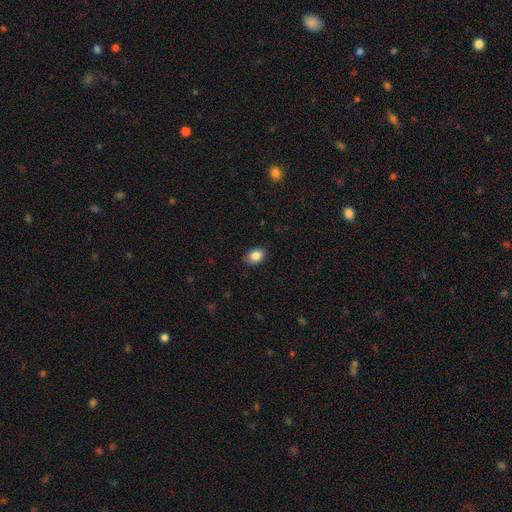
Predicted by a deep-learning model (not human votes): Smooth or featured: smooth — 86% (star or artifact — 8%)
How rounded: in between — 76% (round — 23%)
Merging: none — 85% (minor disturbance — 12%)